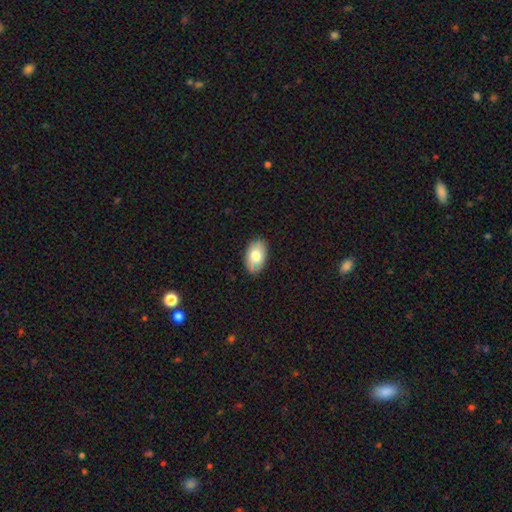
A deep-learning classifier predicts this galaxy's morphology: A smooth galaxy with no disk features (67%) that is in between round and cigar-shaped (90%).

Vote fractions:
- Smooth or featured? smooth: 67% / featured or disk: 24% / star or artifact: 9%
- How rounded? in between: 90% / round: 8% / cigar-shaped: 2%
- Merging? none: 80% / minor disturbance: 16% / major disturbance: 3% / merger: 1%